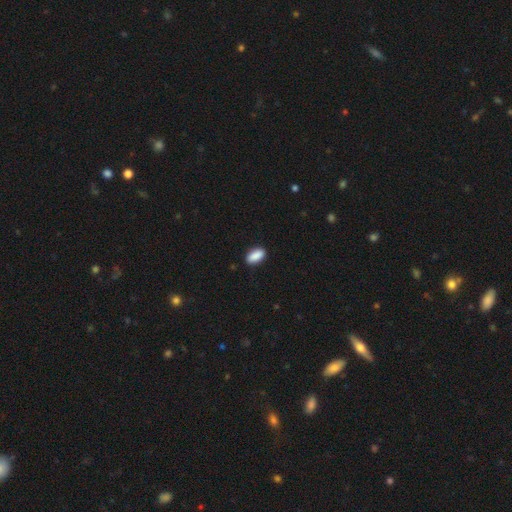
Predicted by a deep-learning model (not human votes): Overall: smooth (89%). How rounded: in between (88%). Merging: none (88%).